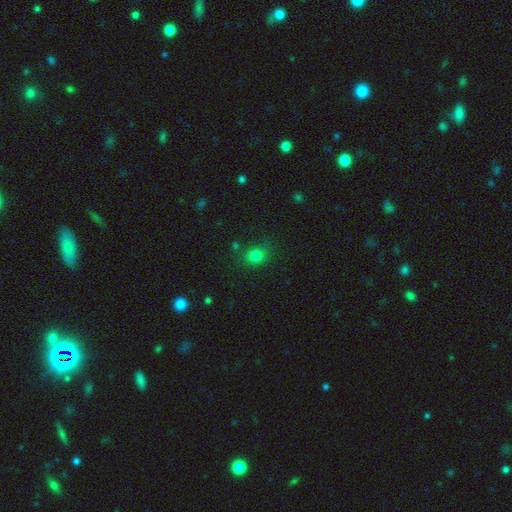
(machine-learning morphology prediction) A smooth galaxy with no disk features (79%) that is round (61%). Merging: none (75%).